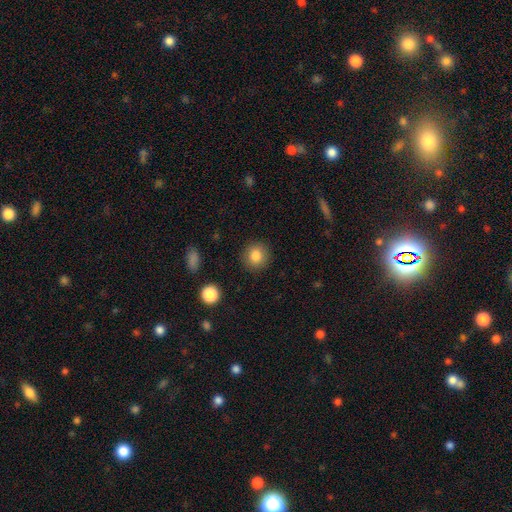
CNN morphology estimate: smooth_or_featured: smooth (p=0.84) [alt: star or artifact p=0.10]
how_rounded: round (p=0.89) [alt: in between p=0.10]
merging: none (p=0.90) [alt: minor disturbance p=0.07]